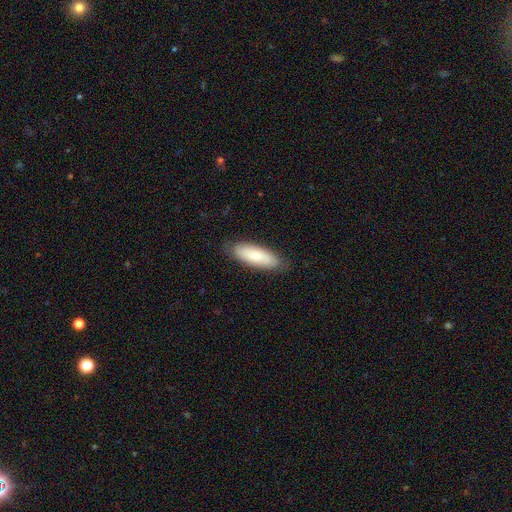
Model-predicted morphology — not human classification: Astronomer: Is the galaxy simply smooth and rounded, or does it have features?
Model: smooth — 70%.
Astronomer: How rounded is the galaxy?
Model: in between — 66%.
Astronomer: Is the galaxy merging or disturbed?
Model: none — 83%.